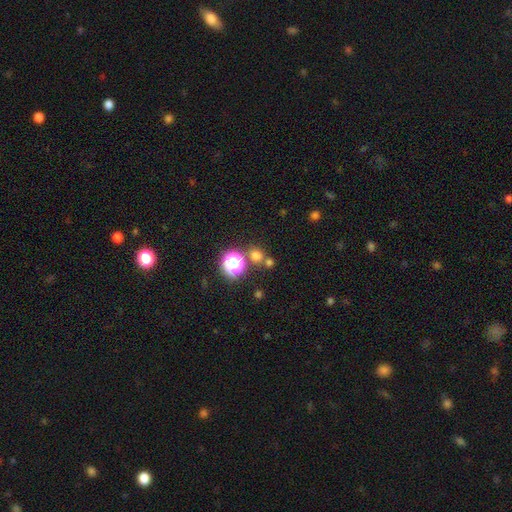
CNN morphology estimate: type=smooth (65%); roundness=round (86%); merging=none (69%).